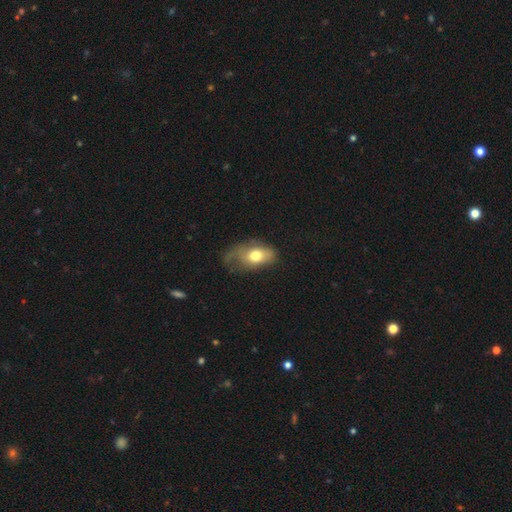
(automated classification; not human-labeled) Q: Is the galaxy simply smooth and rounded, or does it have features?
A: smooth — 66%.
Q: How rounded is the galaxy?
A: in between — 86%.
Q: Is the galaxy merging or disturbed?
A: major disturbance — 34%.